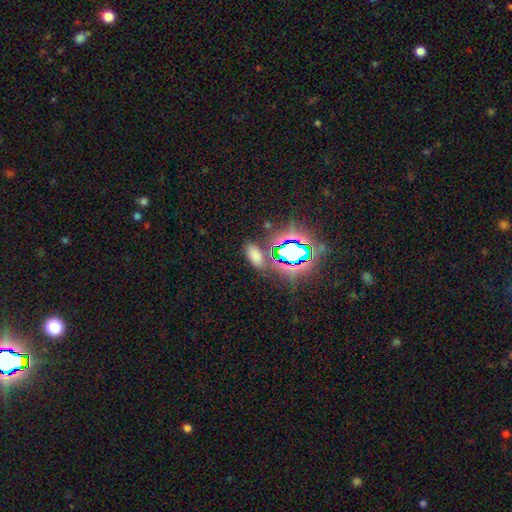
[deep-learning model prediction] Overall: smooth (63%; star or artifact 30%). How rounded: in between (87%). Merging: none (80%).